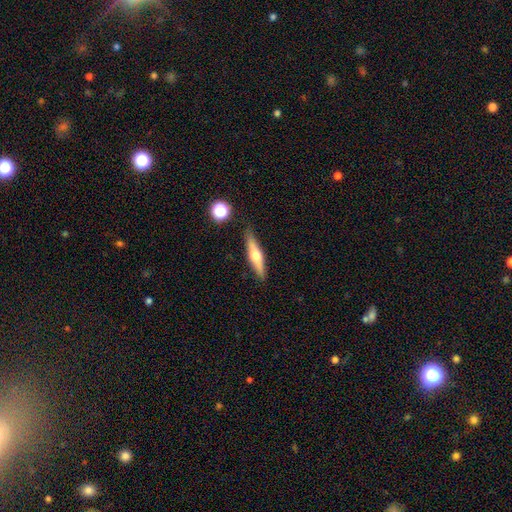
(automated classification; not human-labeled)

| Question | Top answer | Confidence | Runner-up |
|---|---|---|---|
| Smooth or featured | featured or disk | 53% | smooth (40%) |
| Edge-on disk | yes | 94% | no (6%) |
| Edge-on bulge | rounded | 91% | boxy (4%) |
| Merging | none | 86% | minor disturbance (10%) |